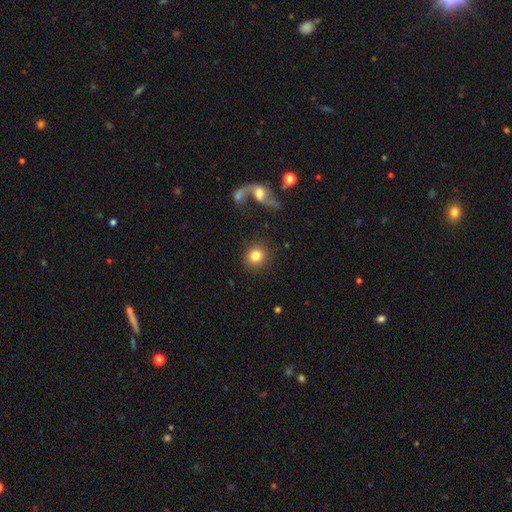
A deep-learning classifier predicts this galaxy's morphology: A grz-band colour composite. It shows a smooth galaxy with no disk features (82%) that is round (88%). Merging: none (86%).